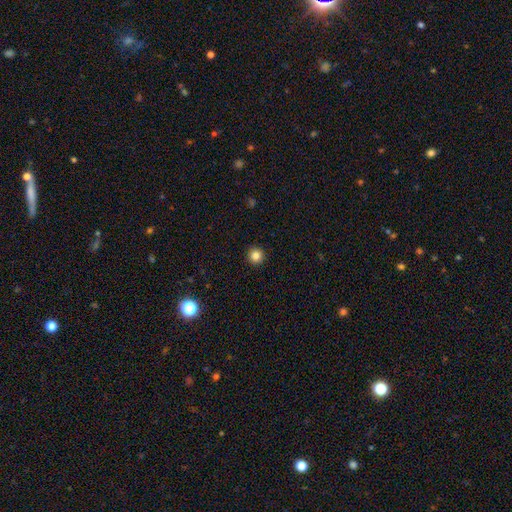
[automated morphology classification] Smooth or featured? smooth (84%)
How rounded? round (96%)
Merging? none (94%)